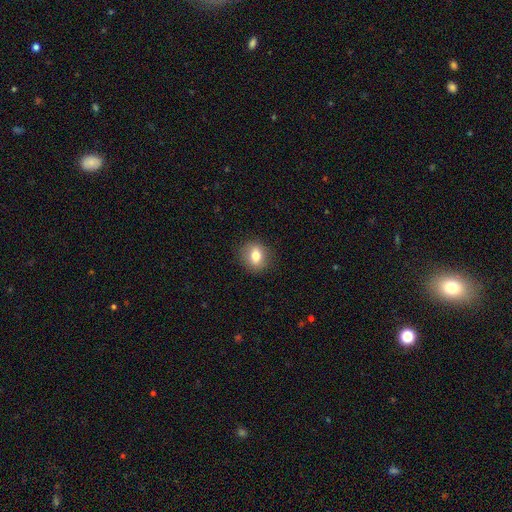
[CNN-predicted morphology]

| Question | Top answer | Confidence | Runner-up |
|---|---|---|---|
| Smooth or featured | smooth | 77% | featured or disk (14%) |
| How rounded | round | 62% | in between (37%) |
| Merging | none | 87% | minor disturbance (9%) |